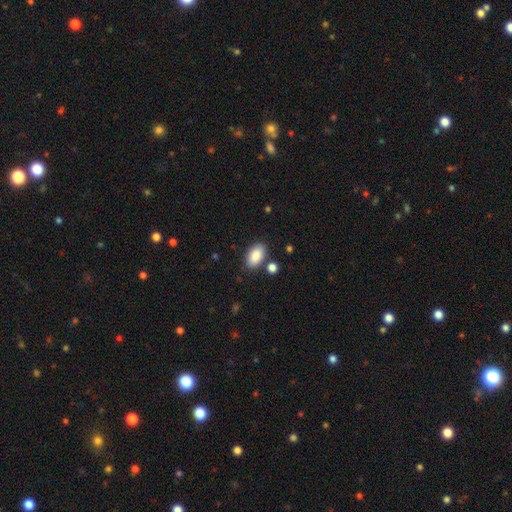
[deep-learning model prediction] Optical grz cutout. It shows a smooth galaxy with no disk features (88%) that is in between round and cigar-shaped (93%). Merging: none (80%).